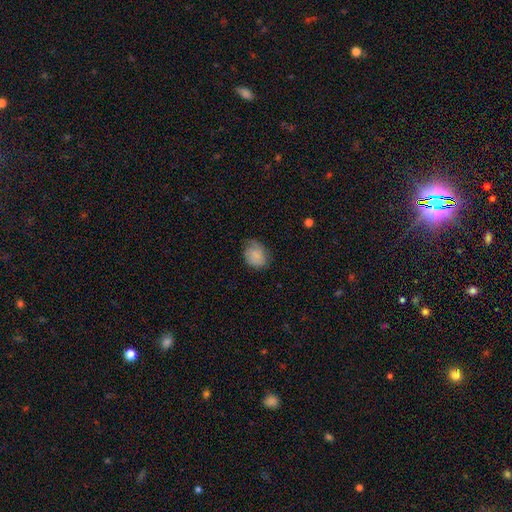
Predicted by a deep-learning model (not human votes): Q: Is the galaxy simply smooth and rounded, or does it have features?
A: smooth — 78%.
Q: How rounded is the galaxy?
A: in between — 53%.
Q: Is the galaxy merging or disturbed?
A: none — 53%.